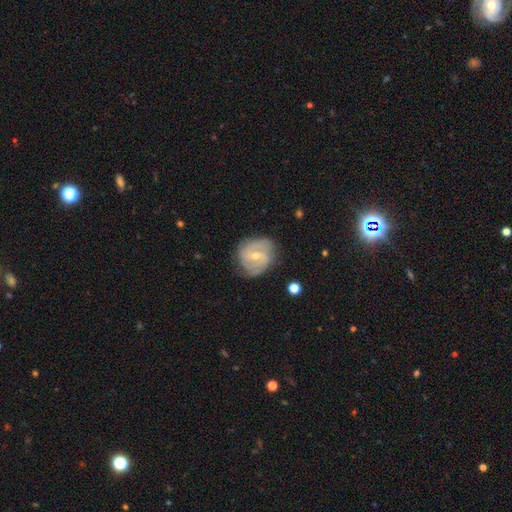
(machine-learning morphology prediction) The model was most divided on "spiral winding": tight: 46%, medium: 42%, loose: 12%. More confident: edge-on disk — no (97%); spiral arms — yes (91%); smooth or featured — featured or disk (78%); merging — none (73%); spiral arm count — 2 (55%); bar — weak (53%); bulge size — small (51%).